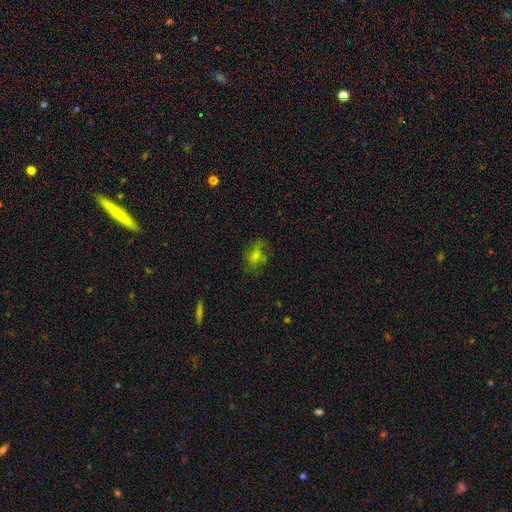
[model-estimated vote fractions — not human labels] This is marginally a smooth galaxy (43%). Merging: possibly none (59%).